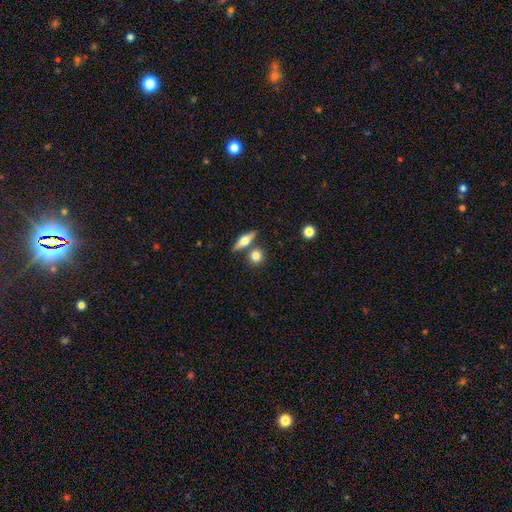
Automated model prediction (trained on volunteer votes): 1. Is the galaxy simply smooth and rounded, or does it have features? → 73% smooth, 18% featured or disk, 8% star or artifact.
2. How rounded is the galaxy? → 76% round, 18% in between, 6% cigar-shaped.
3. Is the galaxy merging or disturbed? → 70% none, 18% merger, 9% minor disturbance, 3% major disturbance.